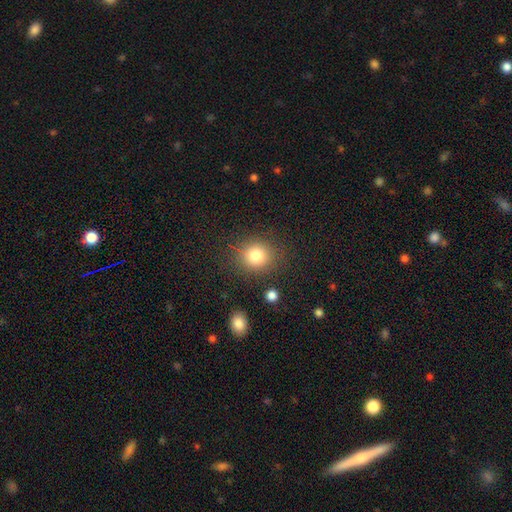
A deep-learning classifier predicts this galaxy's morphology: Overall: smooth (81%). How rounded: round (81%). Merging: none (84%).